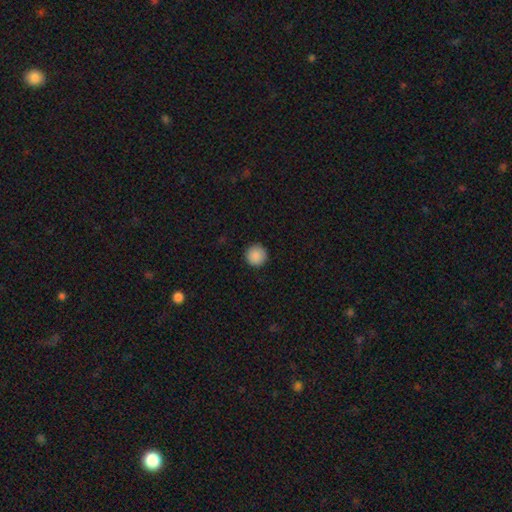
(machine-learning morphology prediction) Q: Smooth or featured?
A: smooth (89%); runner-up: star or artifact (8%)
Q: How rounded?
A: round (96%); runner-up: in between (3%)
Q: Merging?
A: none (92%); runner-up: minor disturbance (5%)